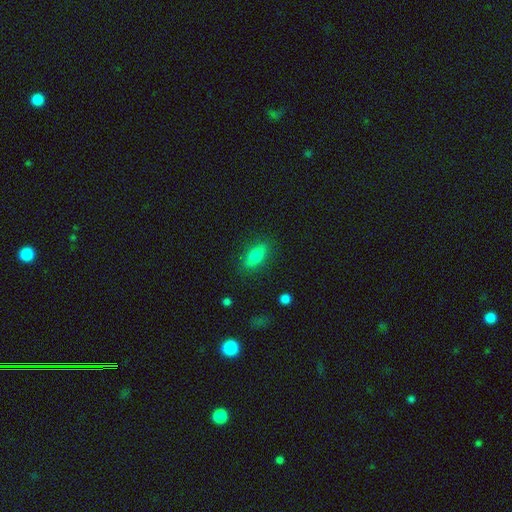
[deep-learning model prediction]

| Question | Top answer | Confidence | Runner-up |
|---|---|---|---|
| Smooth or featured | smooth | 77% | featured or disk (15%) |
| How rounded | in between | 79% | cigar-shaped (16%) |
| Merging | none | 84% | minor disturbance (11%) |